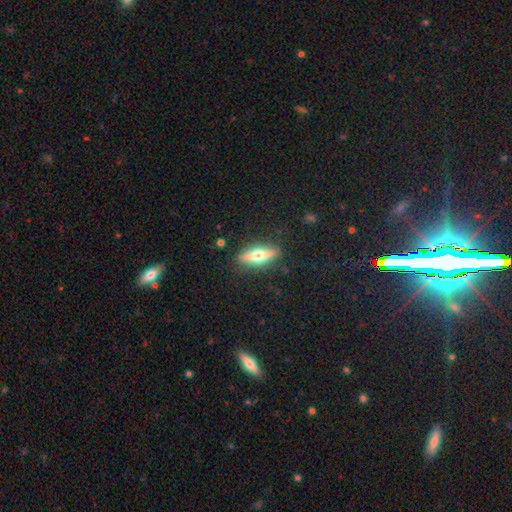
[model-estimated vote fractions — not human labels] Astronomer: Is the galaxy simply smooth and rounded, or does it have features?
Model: featured or disk — 51% (runner-up: smooth, 42%).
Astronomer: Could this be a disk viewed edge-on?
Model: yes — 88%.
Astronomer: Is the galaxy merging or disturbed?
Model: none — 87%.